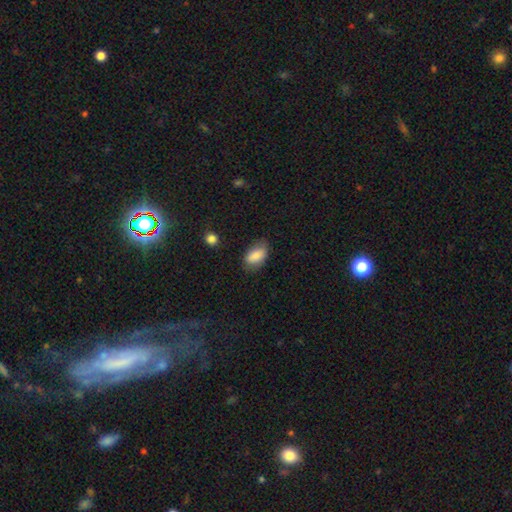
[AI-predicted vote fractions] The model was most divided on "merging": none: 72%, minor disturbance: 21%, major disturbance: 5%, merger: 2%. More confident: how rounded — in between (91%); smooth or featured — smooth (83%).